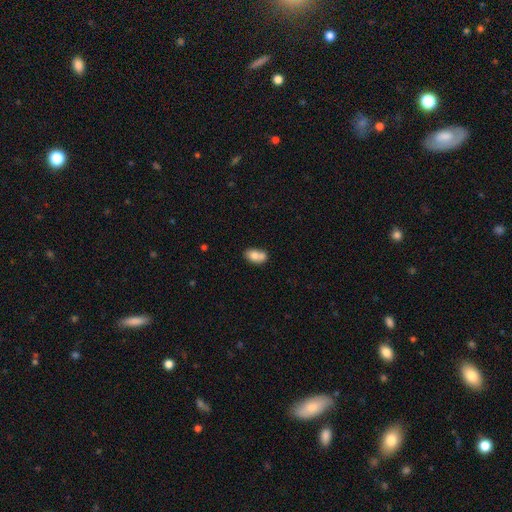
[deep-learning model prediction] Smooth or featured? smooth (74%)
How rounded? in between (85%)
Merging? none (42%)